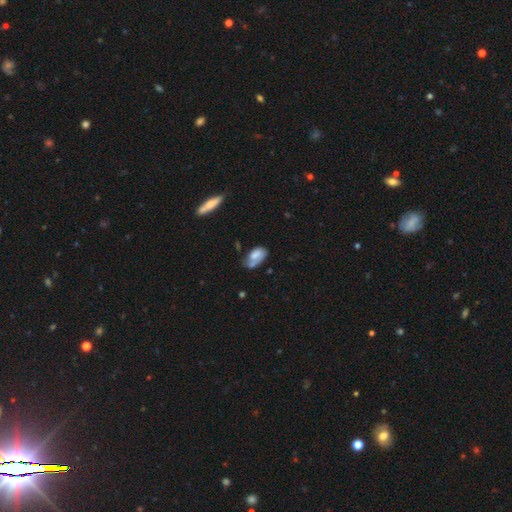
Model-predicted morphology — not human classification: This appears to be a smooth galaxy with no disk features (59%) that is in between round and cigar-shaped (90%). Merging: none (39%).